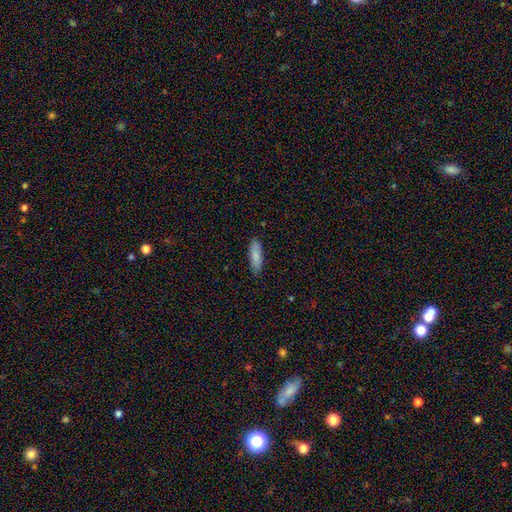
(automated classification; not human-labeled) Q: Smooth or featured?
A: smooth (85%); runner-up: featured or disk (9%)
Q: How rounded?
A: in between (49%); tied with: cigar-shaped (49%)
Q: Merging?
A: none (86%); runner-up: minor disturbance (11%)